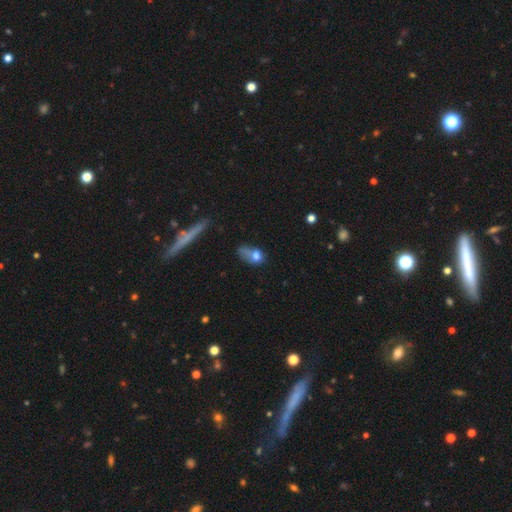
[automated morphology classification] smooth_or_featured: smooth (p=0.65) [alt: featured or disk p=0.22]
how_rounded: in between (p=0.63) [alt: round p=0.31]
merging: major disturbance (p=0.32) [alt: merger p=0.24]